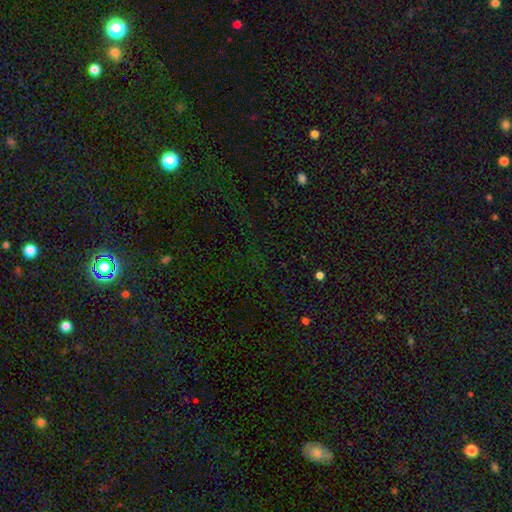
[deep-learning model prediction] The model was most divided on "smooth or featured": star or artifact: 73%, smooth: 17%, featured or disk: 10%.